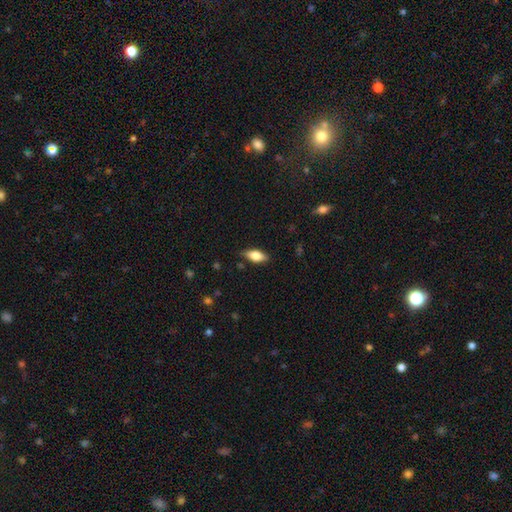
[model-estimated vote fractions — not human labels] smooth 73%, featured or disk 20%, star or artifact 7%. Down the decision tree: how rounded — in between (84%); merging — none (82%).